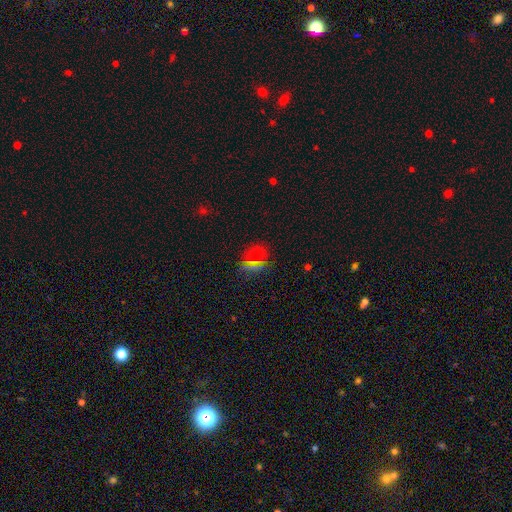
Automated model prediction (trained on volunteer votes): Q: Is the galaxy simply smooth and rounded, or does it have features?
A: smooth — 64%.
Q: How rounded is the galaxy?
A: round — 68%.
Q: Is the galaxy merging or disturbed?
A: none — 81%.